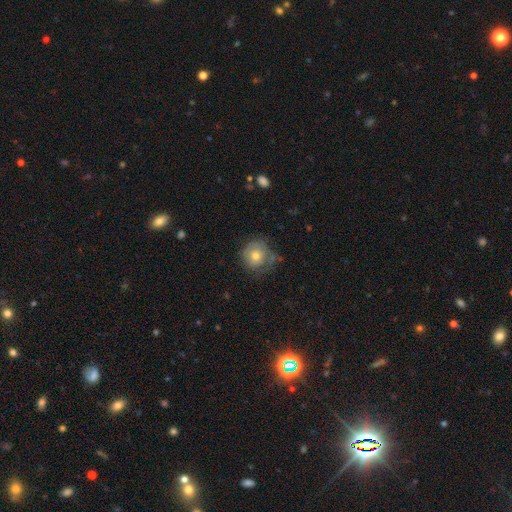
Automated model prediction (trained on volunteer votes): Morphology: type=smooth (68%); roundness=round (89%); merging=none (62%).